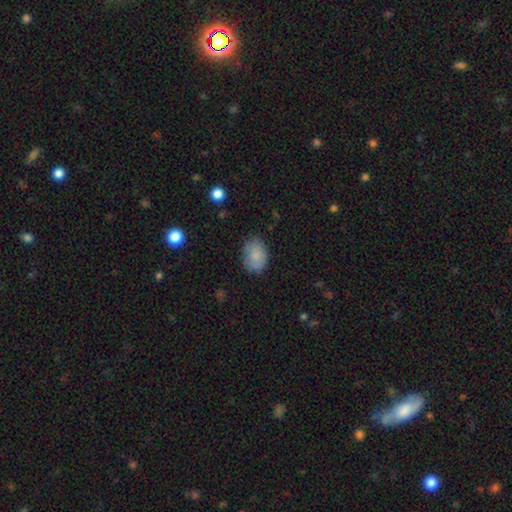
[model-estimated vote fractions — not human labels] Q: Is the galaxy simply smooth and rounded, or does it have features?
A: smooth — 84%.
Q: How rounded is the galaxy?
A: in between — 79%.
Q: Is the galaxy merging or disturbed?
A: none — 75%.